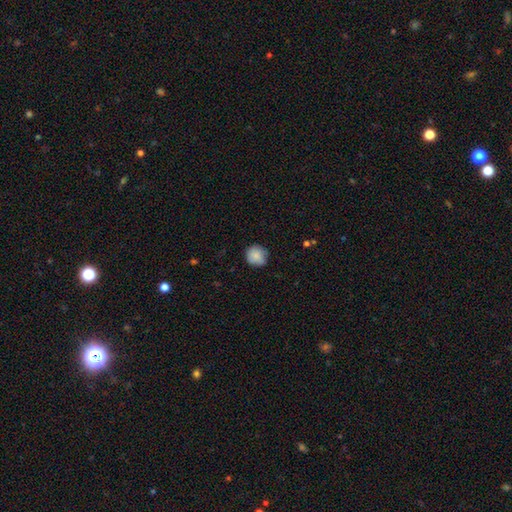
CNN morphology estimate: smooth 85%, star or artifact 8%, featured or disk 7%. Down the decision tree: how rounded — round (91%); merging — none (81%).